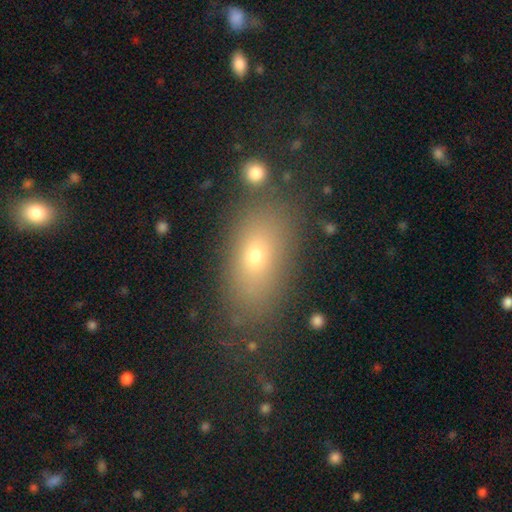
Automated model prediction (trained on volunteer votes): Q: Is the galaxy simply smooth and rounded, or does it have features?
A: smooth — 69%.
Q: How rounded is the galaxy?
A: in between — 83%.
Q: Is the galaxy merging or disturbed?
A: none — 77%.